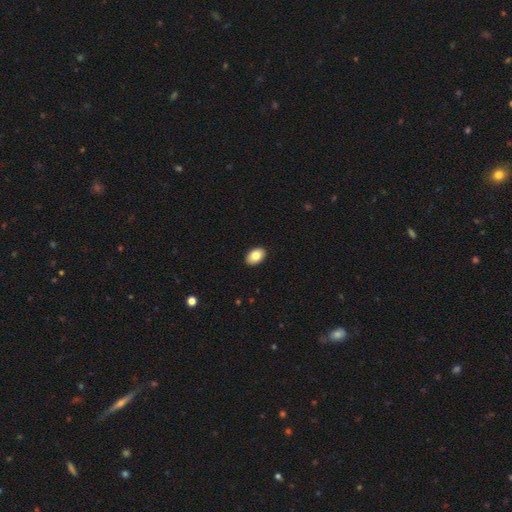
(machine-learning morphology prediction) This is clearly a smooth galaxy (84%). How rounded: clearly in between (89%). Merging: clearly none (91%).